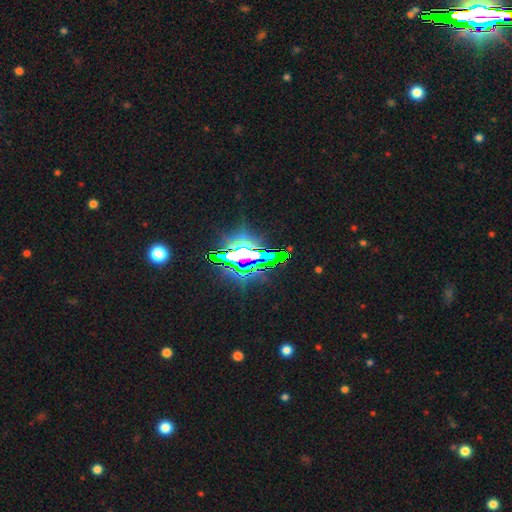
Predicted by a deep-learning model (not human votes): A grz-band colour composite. It shows a star or artifact, not a galaxy (79%).